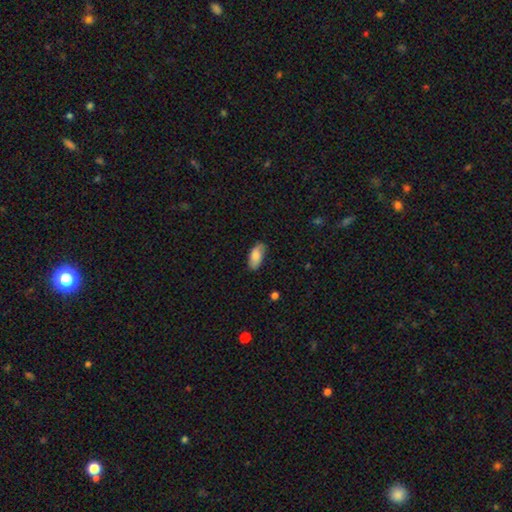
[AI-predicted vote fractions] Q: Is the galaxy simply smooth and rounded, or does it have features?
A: smooth — 80%.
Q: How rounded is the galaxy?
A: in between — 90%.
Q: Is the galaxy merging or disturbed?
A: none — 77%.